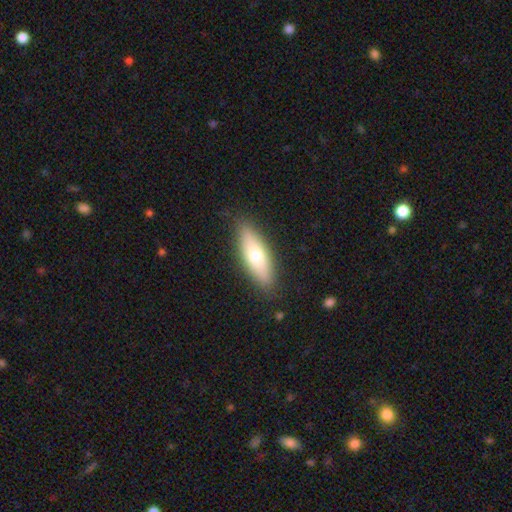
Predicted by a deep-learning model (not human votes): Q: Smooth or featured?
A: smooth (66%); runner-up: featured or disk (28%)
Q: How rounded?
A: in between (53%); runner-up: cigar-shaped (45%)
Q: Merging?
A: none (87%); runner-up: minor disturbance (10%)